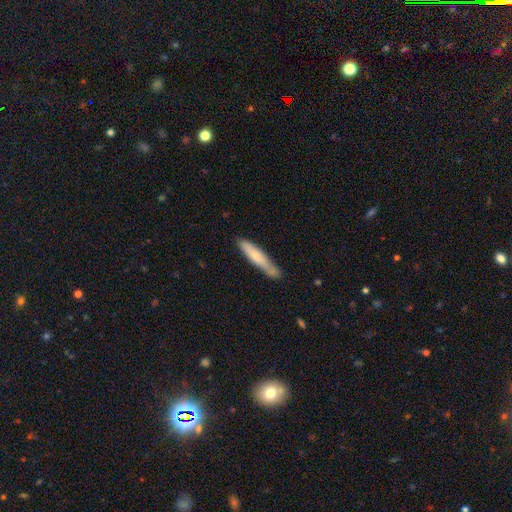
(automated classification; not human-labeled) A smooth galaxy with no disk features (68%) that is cigar-shaped (89%). Merging: none (68%).